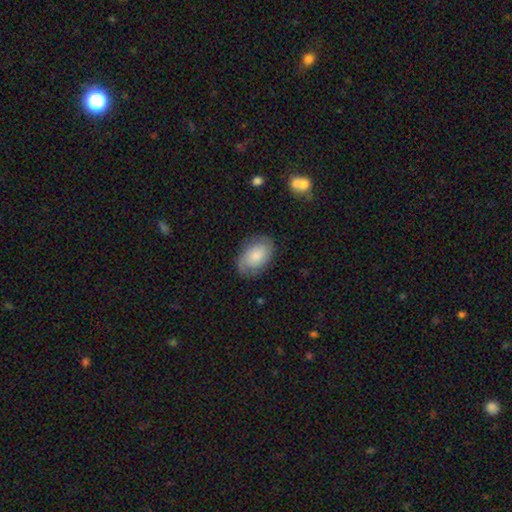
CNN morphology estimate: Overall: smooth (64%; featured or disk 29%). How rounded: in between (89%). Merging: none (78%).